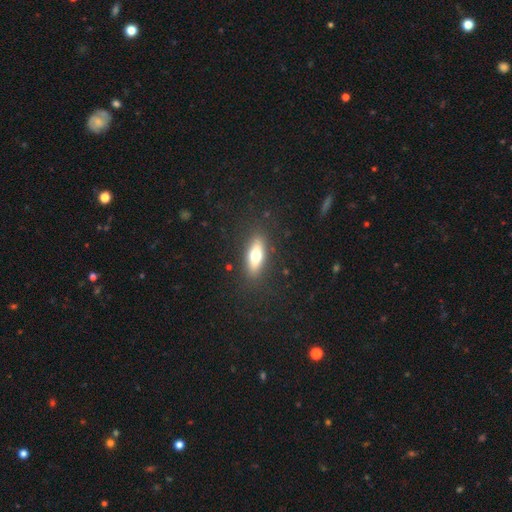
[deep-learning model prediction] The model was most divided on "how rounded": in between: 63%, cigar-shaped: 33%, round: 3%. More confident: merging — none (86%); smooth or featured — smooth (65%).